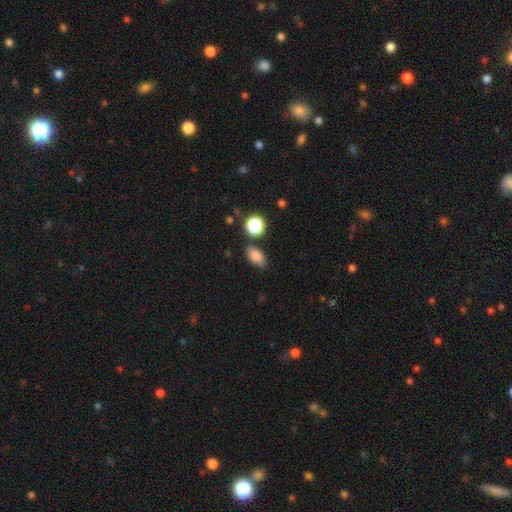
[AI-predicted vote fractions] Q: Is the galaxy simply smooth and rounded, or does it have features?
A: smooth — 83%.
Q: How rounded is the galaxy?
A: in between — 86%.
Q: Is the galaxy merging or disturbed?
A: none — 78%.